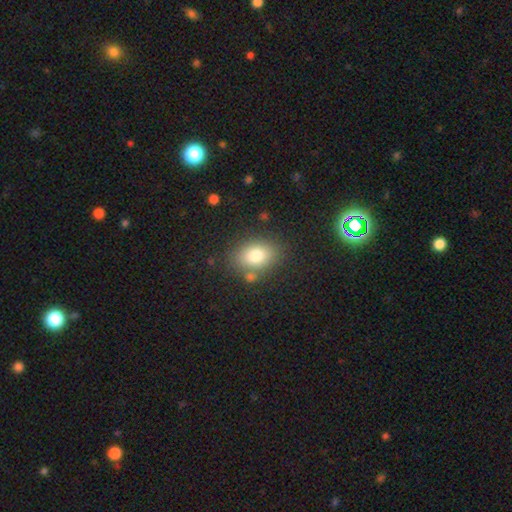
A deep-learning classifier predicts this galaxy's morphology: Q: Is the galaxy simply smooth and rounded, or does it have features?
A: smooth — 79%.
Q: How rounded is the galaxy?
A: in between — 75%.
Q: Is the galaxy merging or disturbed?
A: none — 77%.